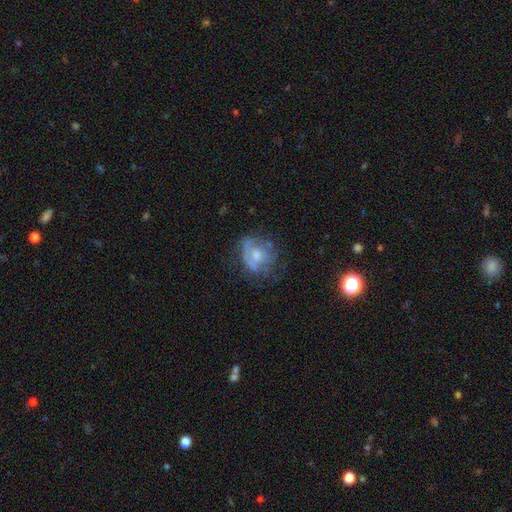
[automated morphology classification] A featured or disk galaxy (53%) with no bar (81%), no spiral arms (70%) and a moderate central bulge (55%). Merging: none (45%).